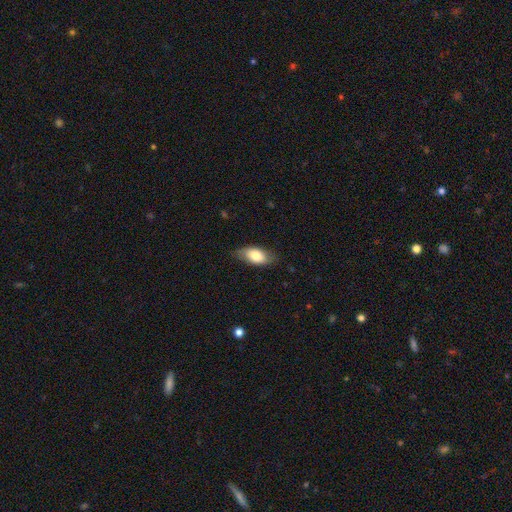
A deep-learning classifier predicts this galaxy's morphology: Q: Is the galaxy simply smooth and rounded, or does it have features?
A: smooth — 76%.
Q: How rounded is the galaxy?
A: in between — 90%.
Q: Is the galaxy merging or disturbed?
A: none — 78%.